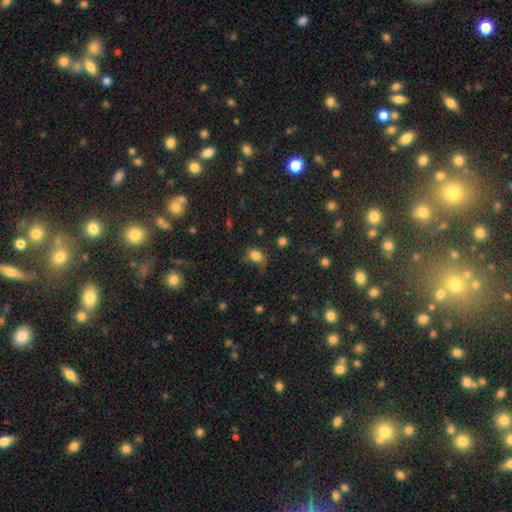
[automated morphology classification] This appears to be a smooth galaxy with no disk features (78%) that is in between round and cigar-shaped (63%). Merging: none (46%).